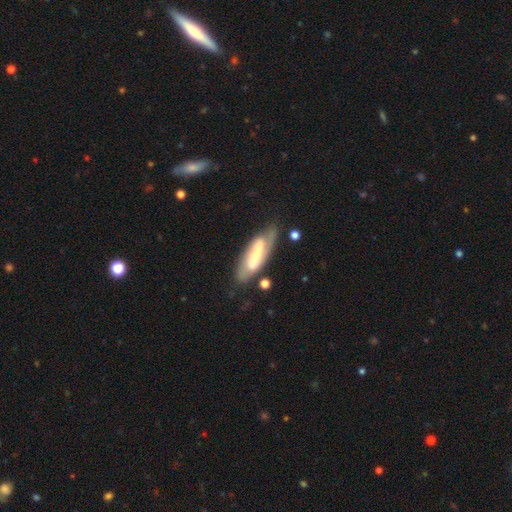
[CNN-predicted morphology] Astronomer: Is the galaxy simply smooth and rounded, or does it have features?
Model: featured or disk — 63%.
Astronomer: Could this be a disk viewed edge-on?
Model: no — 82%.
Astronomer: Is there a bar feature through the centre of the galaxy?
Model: strong — 54%.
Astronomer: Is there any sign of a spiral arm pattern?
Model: yes — 79%.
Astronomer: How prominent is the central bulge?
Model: small — 38% (runner-up: moderate, 34%).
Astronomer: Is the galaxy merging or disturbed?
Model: none — 64%.